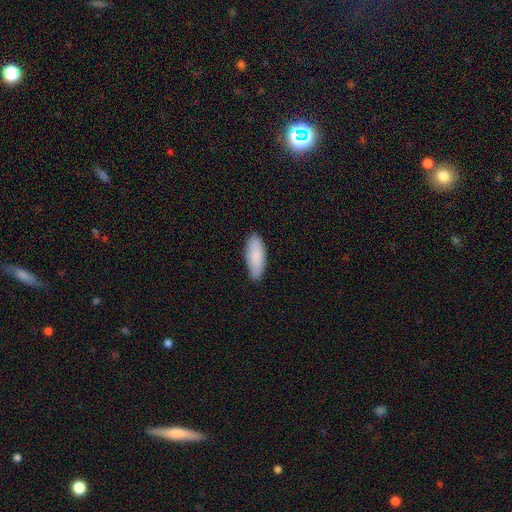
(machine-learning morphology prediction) smooth-or-featured: smooth: 86% | featured or disk: 8% | star or artifact: 6%
  how-rounded: in between: 75% | cigar-shaped: 23% | round: 2%
  merging: none: 82% | minor disturbance: 15% | major disturbance: 2% | merger: 1%